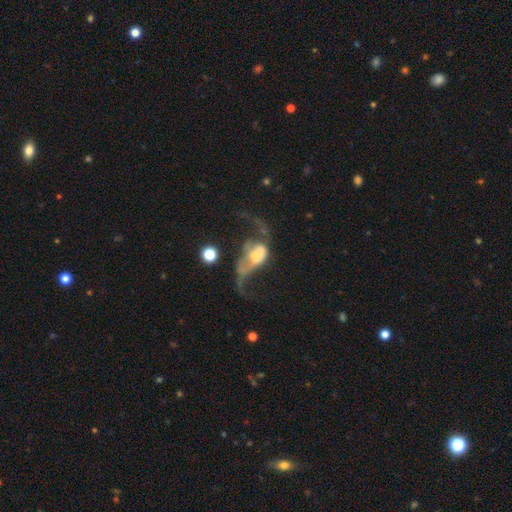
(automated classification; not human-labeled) Smooth or featured: featured or disk — 57% (smooth — 34%)
Edge-on disk: no — 94% (yes — 6%)
Bar: no — 77% (weak — 18%)
Spiral arms: no — 51% (yes — 49%)
Bulge size: moderate — 47% (small — 37%)
Merging: major disturbance — 58% (merger — 18%)